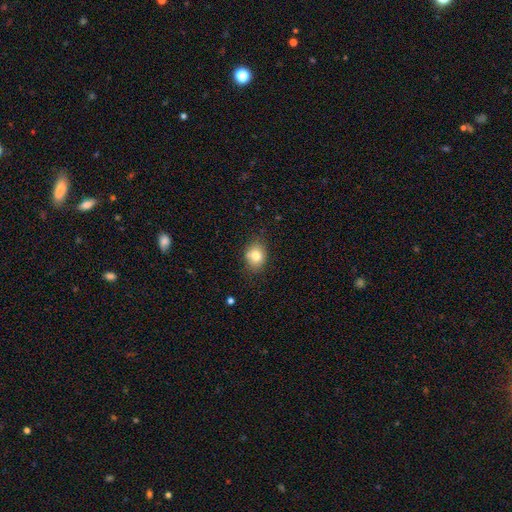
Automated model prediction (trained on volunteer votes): smooth-or-featured: smooth: 78% | featured or disk: 11% | star or artifact: 10%
  how-rounded: round: 50% | in between: 49% | cigar-shaped: 1%
  merging: none: 74% | minor disturbance: 17% | merger: 4% | major disturbance: 4%